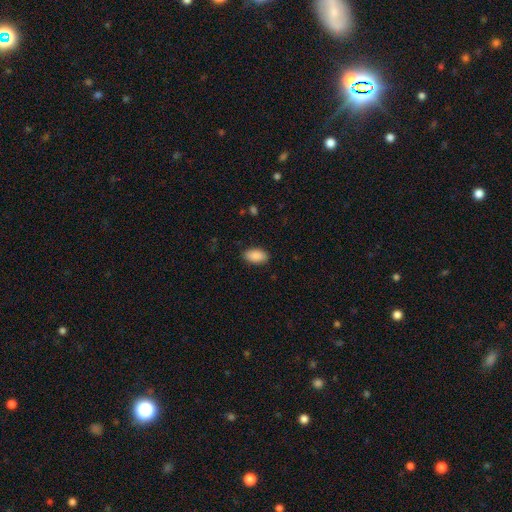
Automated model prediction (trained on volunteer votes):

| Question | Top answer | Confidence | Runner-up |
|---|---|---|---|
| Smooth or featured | smooth | 90% | star or artifact (7%) |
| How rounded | in between | 95% | round (3%) |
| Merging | none | 88% | minor disturbance (9%) |